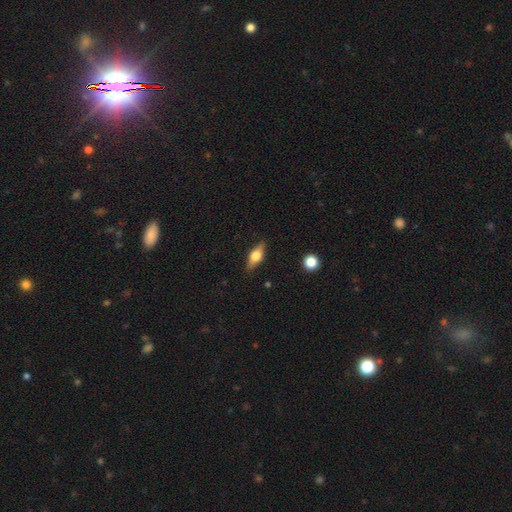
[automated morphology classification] smooth 51%, featured or disk 42%, star or artifact 8%. Down the decision tree: how rounded — in between (68%); merging — none (85%).